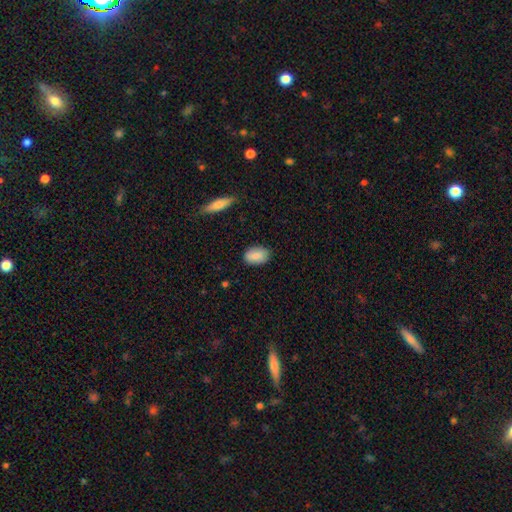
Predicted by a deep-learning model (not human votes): This is clearly a smooth galaxy (87%). How rounded: clearly in between (87%). Merging: clearly none (84%).